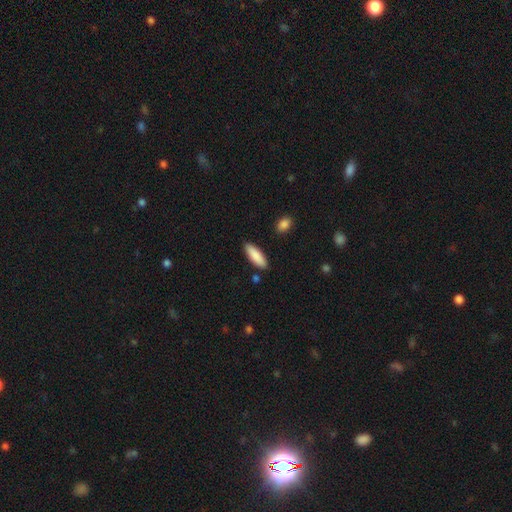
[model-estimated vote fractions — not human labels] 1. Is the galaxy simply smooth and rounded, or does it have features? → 88% smooth, 6% featured or disk, 5% star or artifact.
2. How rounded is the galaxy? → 60% in between, 38% cigar-shaped, 2% round.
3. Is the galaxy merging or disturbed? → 87% none, 9% minor disturbance, 2% merger, 2% major disturbance.